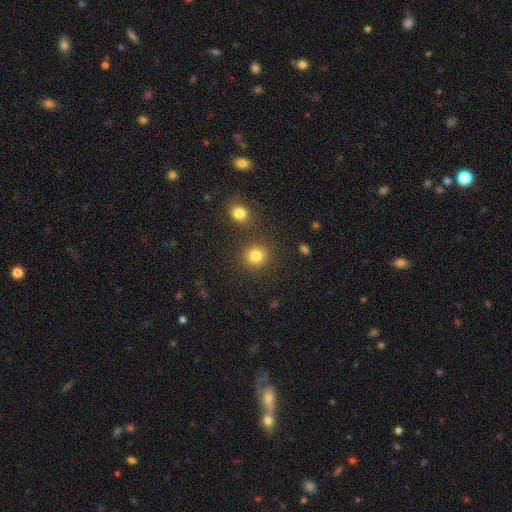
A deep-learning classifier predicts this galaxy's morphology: A smooth galaxy with no disk features (83%) that is round (89%).

Vote fractions:
- Smooth or featured? smooth: 83% / star or artifact: 12% / featured or disk: 5%
- How rounded? round: 89% / in between: 10% / cigar-shaped: 1%
- Merging? none: 81% / merger: 8% / minor disturbance: 7% / major disturbance: 3%